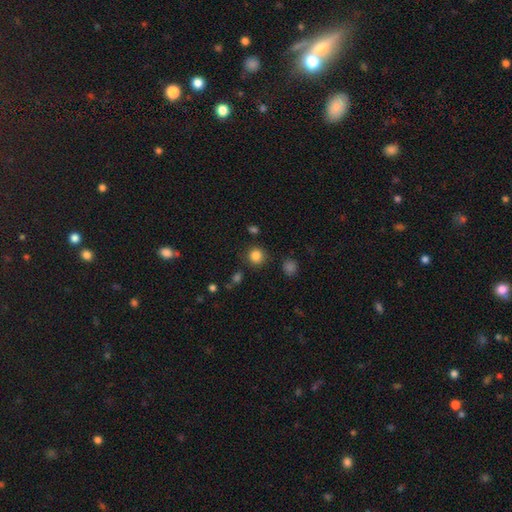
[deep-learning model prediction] smooth-or-featured: smooth: 84% | star or artifact: 12% | featured or disk: 4%
  how-rounded: round: 91% | in between: 8% | cigar-shaped: 1%
  merging: none: 85% | minor disturbance: 8% | merger: 3% | major disturbance: 3%